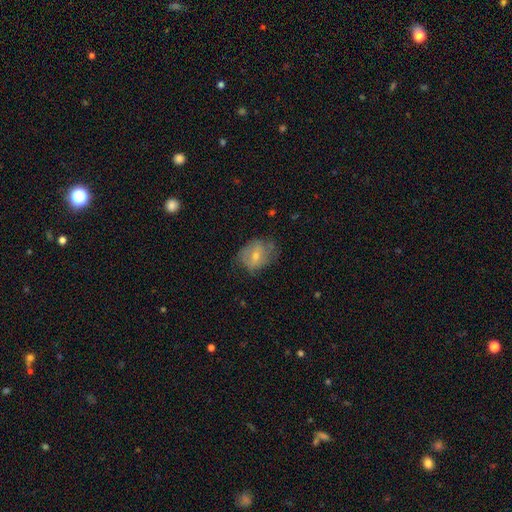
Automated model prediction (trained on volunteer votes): smooth_or_featured: smooth (p=0.54) [alt: featured or disk p=0.38]
how_rounded: in between (p=0.53) [alt: round p=0.46]
merging: none (p=0.55) [alt: minor disturbance p=0.30]